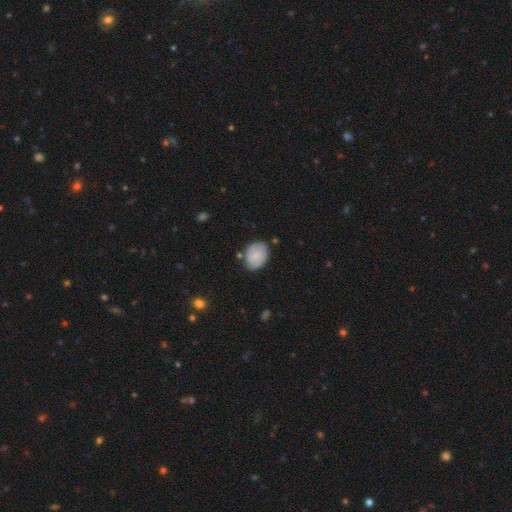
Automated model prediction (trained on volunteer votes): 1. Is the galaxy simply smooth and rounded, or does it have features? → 71% smooth, 21% featured or disk, 8% star or artifact.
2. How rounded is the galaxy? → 61% in between, 38% round, 1% cigar-shaped.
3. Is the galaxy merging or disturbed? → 74% none, 18% minor disturbance, 4% major disturbance, 4% merger.